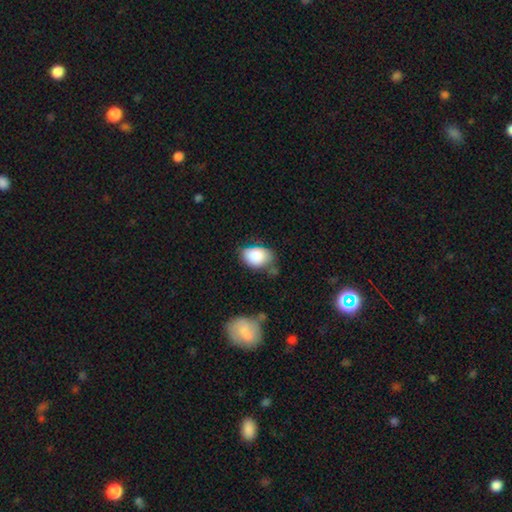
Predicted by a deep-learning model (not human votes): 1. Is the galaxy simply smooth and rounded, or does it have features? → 86% smooth, 7% star or artifact, 6% featured or disk.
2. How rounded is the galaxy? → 79% in between, 20% round, 1% cigar-shaped.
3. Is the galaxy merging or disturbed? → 56% none, 29% minor disturbance, 8% major disturbance, 6% merger.